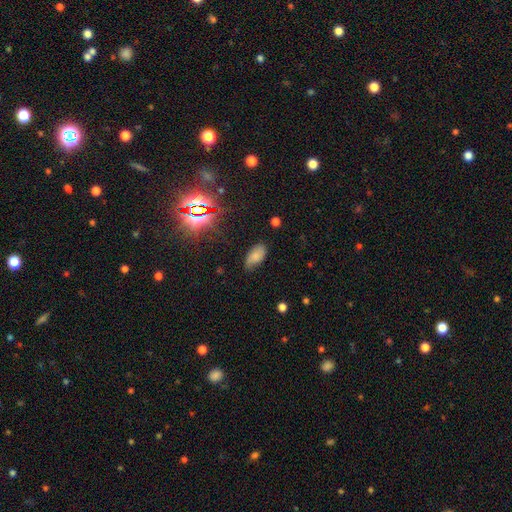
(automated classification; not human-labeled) Overall: smooth (68%). How rounded: in between (93%). Merging: none (67%).